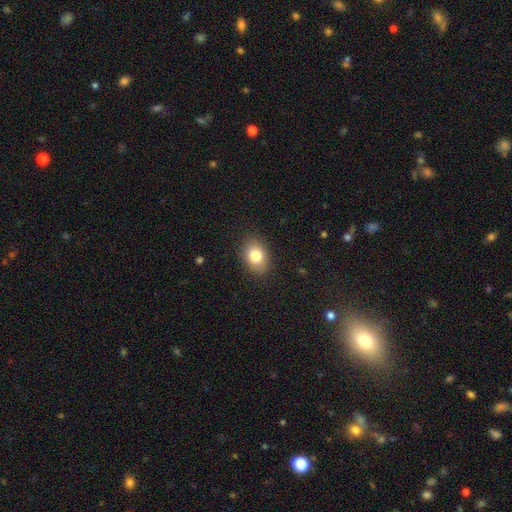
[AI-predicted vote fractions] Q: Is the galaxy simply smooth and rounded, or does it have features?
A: smooth — 82%.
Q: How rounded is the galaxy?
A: in between — 74%.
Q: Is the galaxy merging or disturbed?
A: none — 86%.